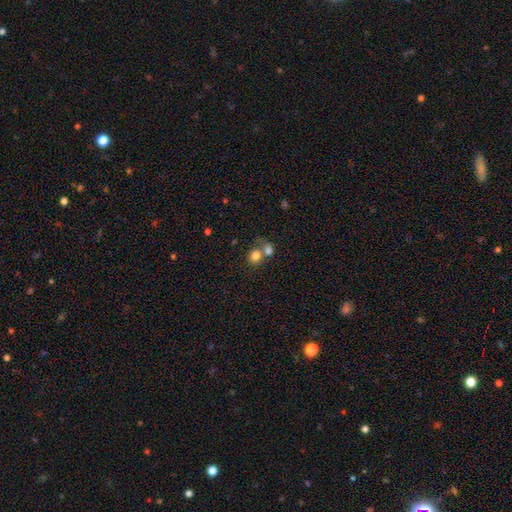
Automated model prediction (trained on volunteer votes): A smooth galaxy with no disk features (79%) that is round (75%).

Vote fractions:
- Smooth or featured? smooth: 79% / featured or disk: 10% / star or artifact: 10%
- How rounded? round: 75% / in between: 24% / cigar-shaped: 1%
- Merging? merger: 53% / none: 35% / minor disturbance: 8% / major disturbance: 5%